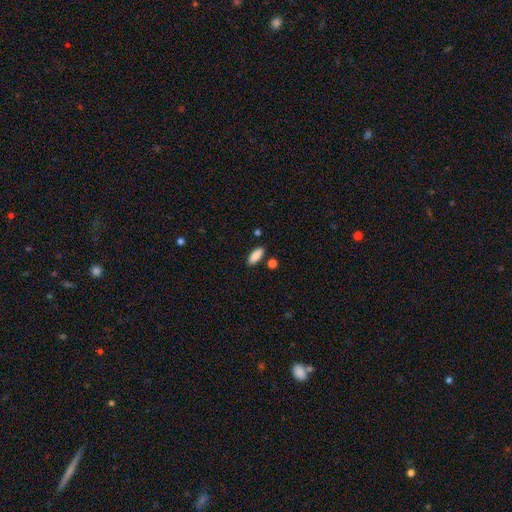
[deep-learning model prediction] smooth 88%, star or artifact 6%, featured or disk 6%. Down the decision tree: how rounded — in between (82%); merging — none (84%).